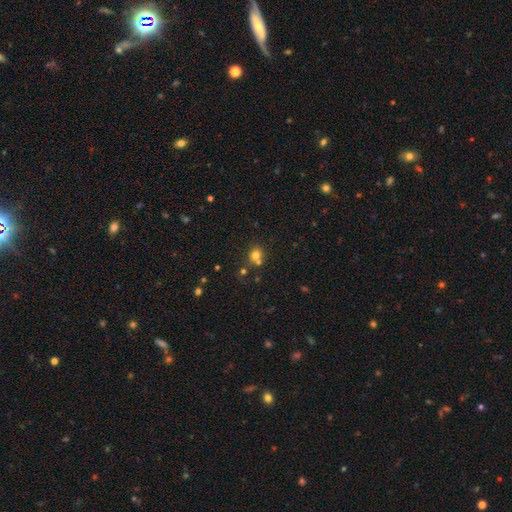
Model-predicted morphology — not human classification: This appears to be a smooth galaxy with no disk features (73%) that is round (80%). Merging: none (59%).